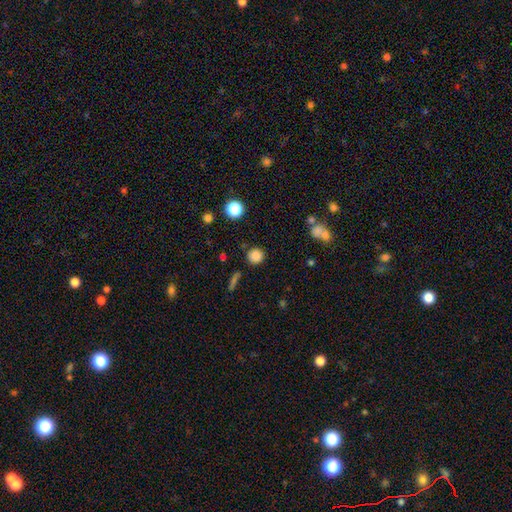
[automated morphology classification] smooth-or-featured: smooth: 84% | star or artifact: 11% | featured or disk: 5%
  how-rounded: round: 93% | in between: 6% | cigar-shaped: 1%
  merging: none: 87% | minor disturbance: 8% | merger: 3% | major disturbance: 3%